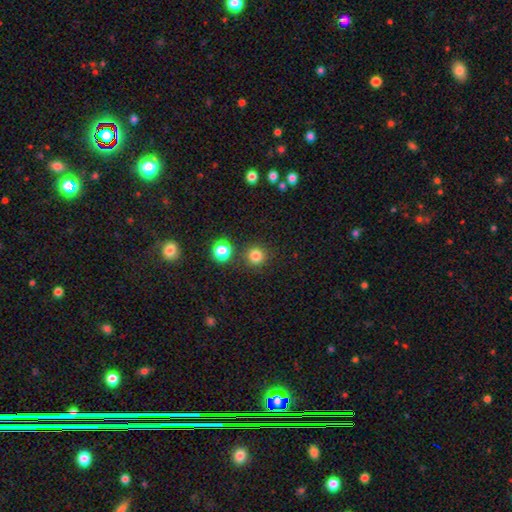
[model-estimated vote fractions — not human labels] Smooth or featured? smooth (82%)
How rounded? round (95%)
Merging? none (86%)